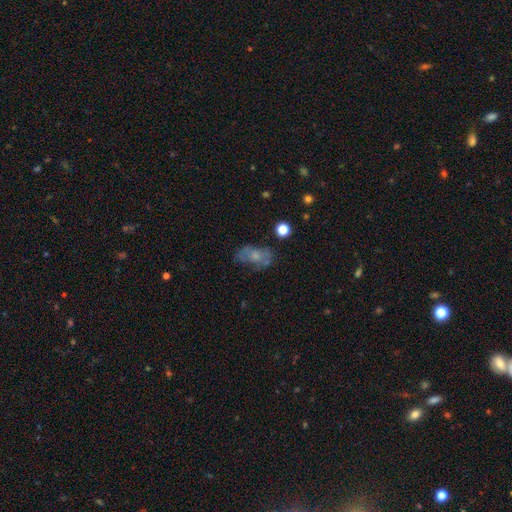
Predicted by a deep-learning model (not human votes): smooth 48%, featured or disk 40%, star or artifact 12%. Down the decision tree: merging — none (54%).